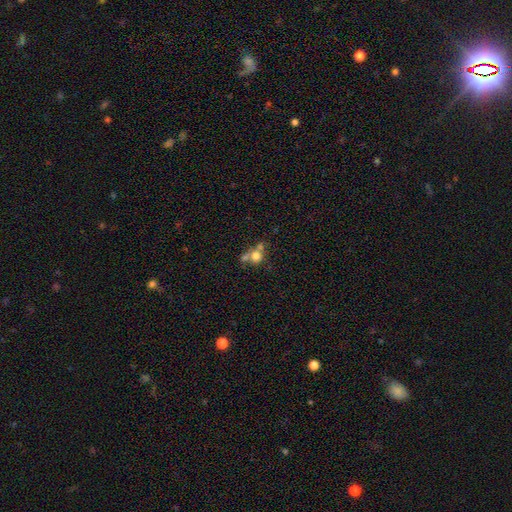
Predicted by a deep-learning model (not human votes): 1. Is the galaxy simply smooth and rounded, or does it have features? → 69% smooth, 18% featured or disk, 13% star or artifact.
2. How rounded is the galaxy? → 81% round, 18% in between, 1% cigar-shaped.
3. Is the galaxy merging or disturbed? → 49% merger, 37% none, 8% minor disturbance, 5% major disturbance.